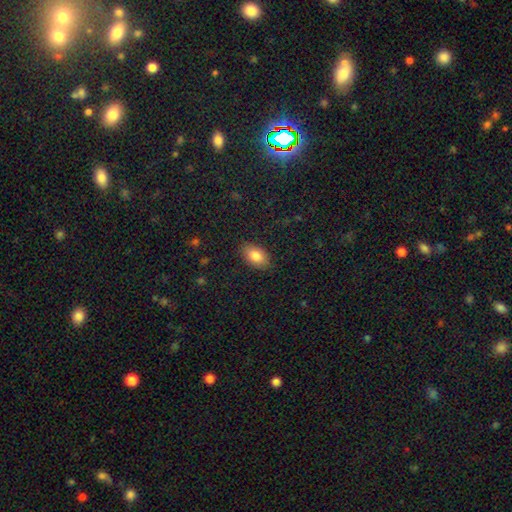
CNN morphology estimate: Smooth or featured? Predicted: smooth (p=0.84). How rounded? Predicted: in between (p=0.90). Merging? Predicted: none (p=0.86).